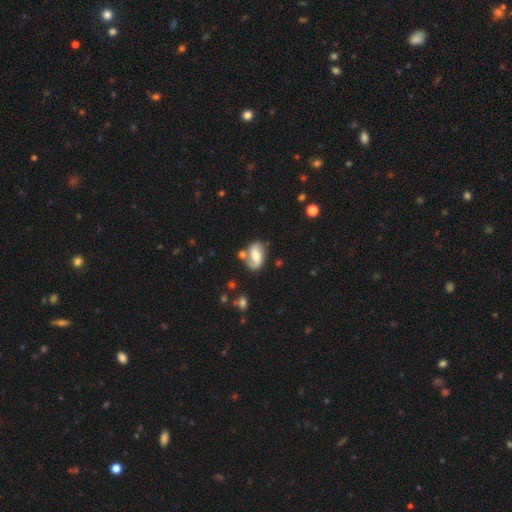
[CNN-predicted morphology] type=featured or disk (54%); edge-on=no (96%); bar=weak (39%); spiral arms=yes (82%); bulge=moderate (51%); merging=none (59%).